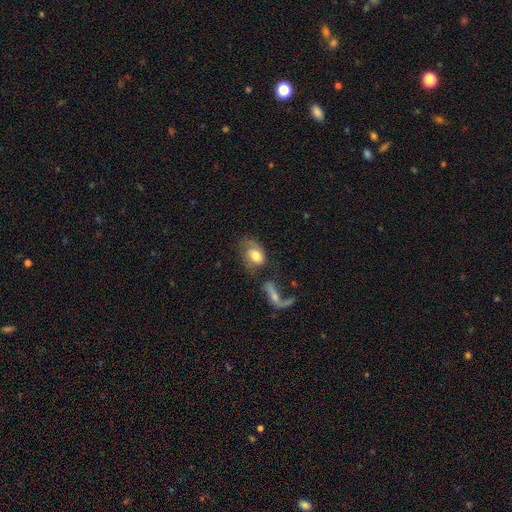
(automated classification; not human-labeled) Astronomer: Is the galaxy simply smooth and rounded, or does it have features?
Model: smooth — 55% (runner-up: featured or disk, 37%).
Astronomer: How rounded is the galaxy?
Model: in between — 77%.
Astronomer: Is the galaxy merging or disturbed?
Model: none — 30% (runner-up: merger, 26%).